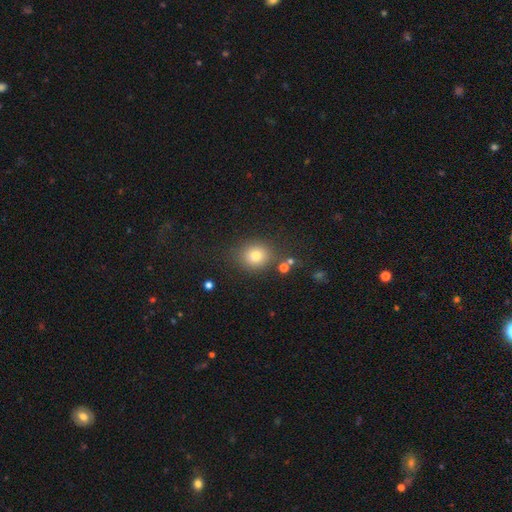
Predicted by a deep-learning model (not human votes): Q: Smooth or featured?
A: smooth (77%); runner-up: star or artifact (14%)
Q: How rounded?
A: round (75%); runner-up: in between (24%)
Q: Merging?
A: none (79%); runner-up: minor disturbance (11%)